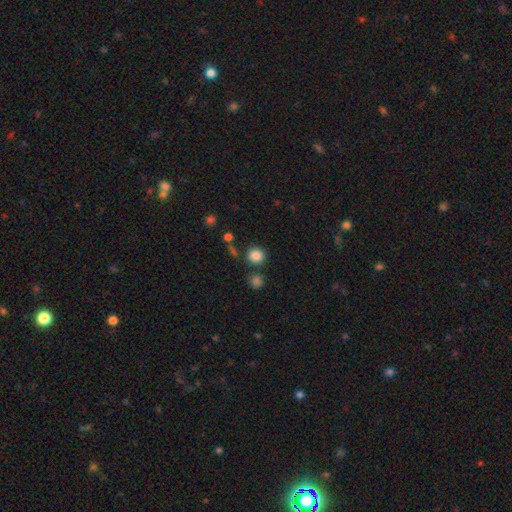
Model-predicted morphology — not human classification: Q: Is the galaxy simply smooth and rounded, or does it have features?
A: smooth — 85%.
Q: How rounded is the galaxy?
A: round — 88%.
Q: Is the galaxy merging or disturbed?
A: none — 79%.